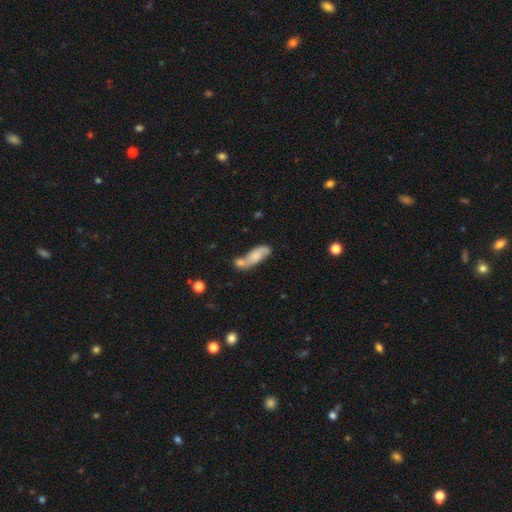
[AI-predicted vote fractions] Q: Smooth or featured?
A: smooth (47%); runner-up: featured or disk (46%)
Q: Merging?
A: merger (45%); runner-up: none (32%)